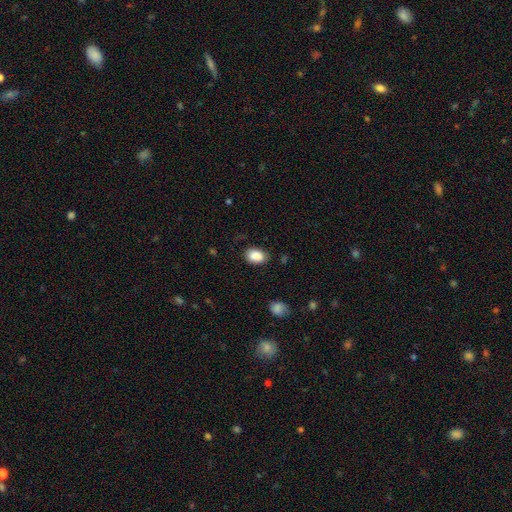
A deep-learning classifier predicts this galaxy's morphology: type=smooth (88%); roundness=in between (82%); merging=none (78%).